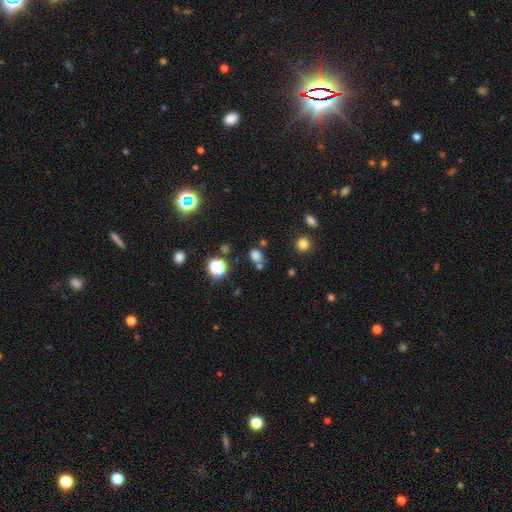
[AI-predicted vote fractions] Smooth or featured: smooth — 70% (star or artifact — 23%)
How rounded: round — 62% (in between — 37%)
Merging: none — 61% (merger — 20%)